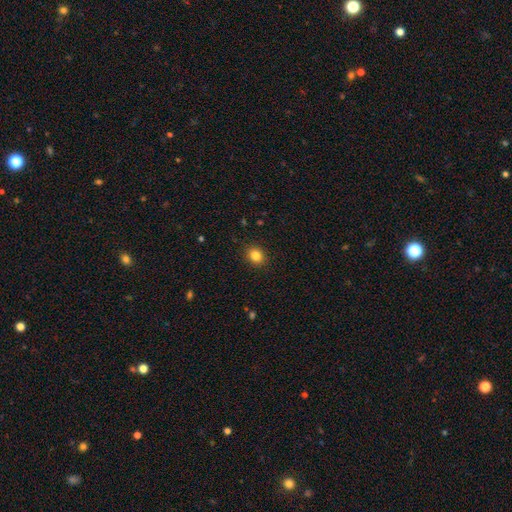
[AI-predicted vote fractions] Q: Smooth or featured?
A: smooth (84%); runner-up: star or artifact (11%)
Q: How rounded?
A: round (67%); runner-up: in between (32%)
Q: Merging?
A: none (90%); runner-up: minor disturbance (7%)